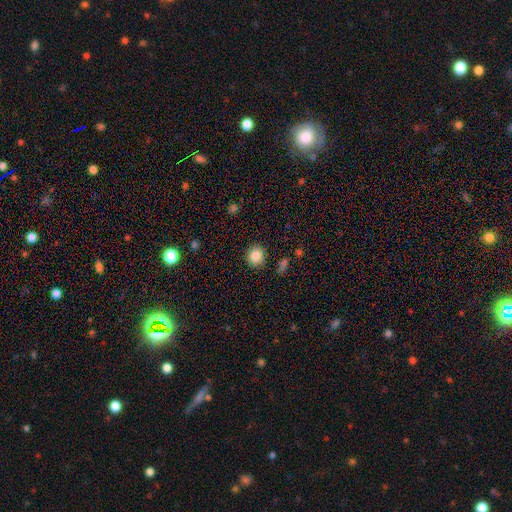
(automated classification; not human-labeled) The model was most divided on "how rounded": round: 84%, in between: 15%, cigar-shaped: 1%. More confident: merging — none (88%); smooth or featured — smooth (84%).